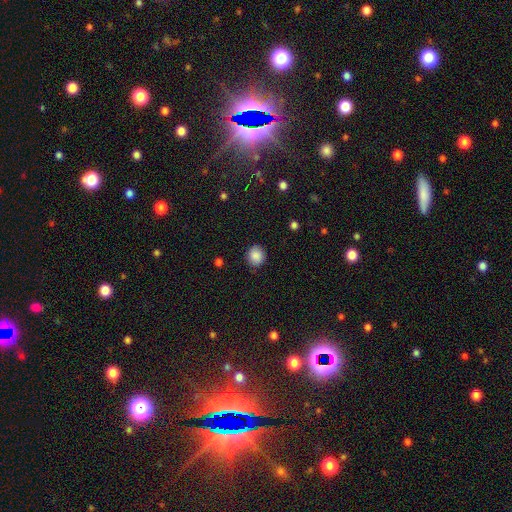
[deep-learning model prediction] A smooth galaxy with no disk features (87%) that is round (83%).

Vote fractions:
- Smooth or featured? smooth: 87% / star or artifact: 9% / featured or disk: 4%
- How rounded? round: 83% / in between: 16% / cigar-shaped: 1%
- Merging? none: 88% / minor disturbance: 9% / major disturbance: 2% / merger: 1%